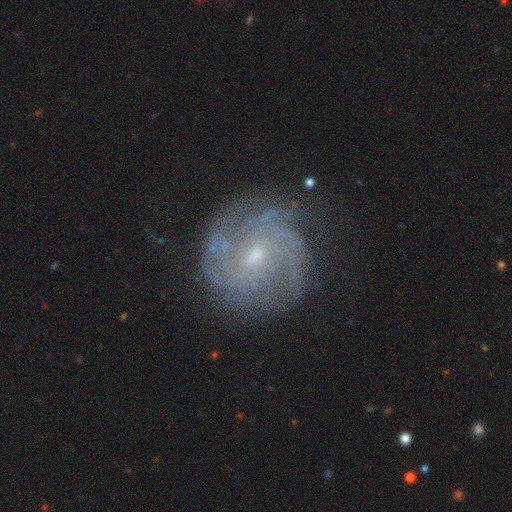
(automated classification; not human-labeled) Q: Smooth or featured?
A: featured or disk (83%); runner-up: smooth (9%)
Q: Edge-on disk?
A: no (98%); runner-up: yes (2%)
Q: Bar?
A: no (46%); runner-up: weak (45%)
Q: Spiral arms?
A: yes (95%); runner-up: no (5%)
Q: Spiral winding?
A: tight (66%); runner-up: medium (27%)
Q: Spiral arm count?
A: can't tell (35%); runner-up: 4 (18%)
Q: Bulge size?
A: small (67%); runner-up: moderate (28%)
Q: Merging?
A: none (76%); runner-up: minor disturbance (16%)